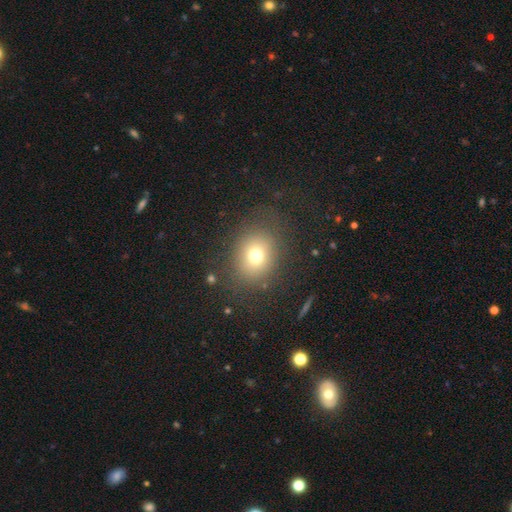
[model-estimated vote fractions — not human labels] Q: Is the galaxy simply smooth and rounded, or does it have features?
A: smooth — 72%.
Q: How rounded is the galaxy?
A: round — 65%.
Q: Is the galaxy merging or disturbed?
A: none — 77%.